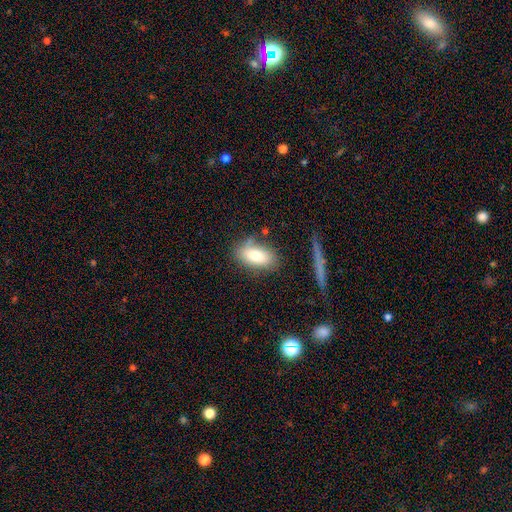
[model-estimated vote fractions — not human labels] Smooth or featured? Predicted: smooth (p=0.76). How rounded? Predicted: in between (p=0.89). Merging? Predicted: none (p=0.70).